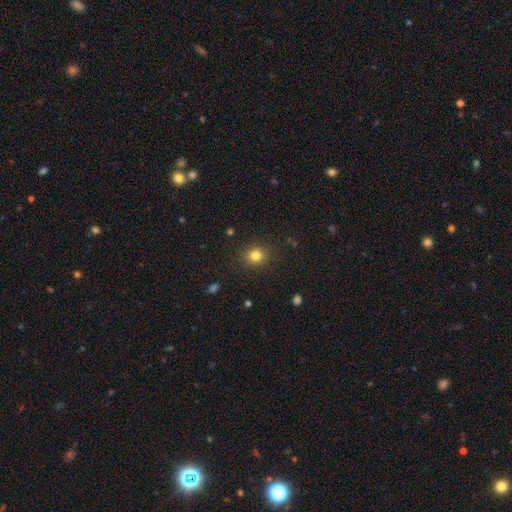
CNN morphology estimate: A smooth galaxy with no disk features (82%) that is round (79%). Merging: none (88%).